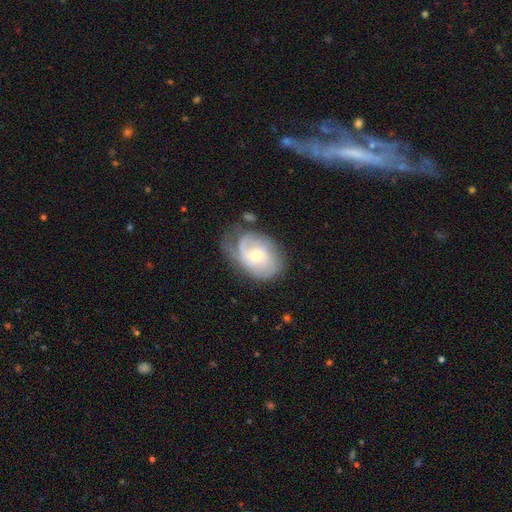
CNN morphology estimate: A featured or disk galaxy (75%) with no bar (71%), tight (49%) spiral arms (89%) and a small central bulge (53%).

Vote fractions:
- Smooth or featured? featured or disk: 75% / smooth: 18% / star or artifact: 7%
- Edge-on disk? no: 96% / yes: 4%
- Bar? no: 71% / weak: 25% / strong: 4%
- Spiral arms? yes: 89% / no: 11%
- Spiral winding? tight: 49% / medium: 35% / loose: 16%
- Spiral arm count? can't tell: 34% / 2: 29% / 3: 19% / 1: 9% / 4: 5% / more than 4: 4%
- Bulge size? small: 53% / moderate: 43% / large: 2% / none: 1% / dominant: 1%
- Merging? none: 53% / minor disturbance: 27% / major disturbance: 16% / merger: 3%